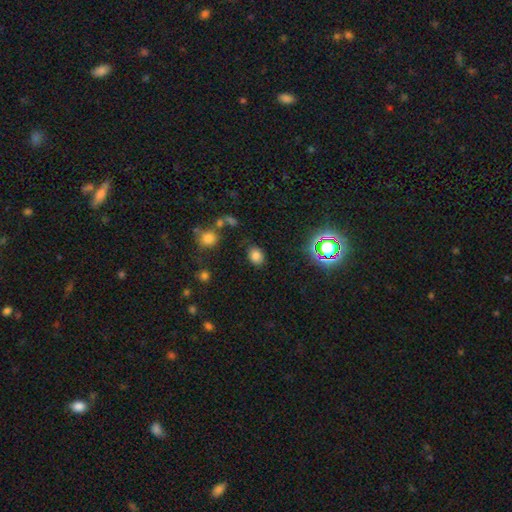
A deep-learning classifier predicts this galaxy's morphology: The model was most divided on "how rounded": in between: 62%, round: 36%, cigar-shaped: 1%. More confident: merging — none (79%); smooth or featured — smooth (75%).